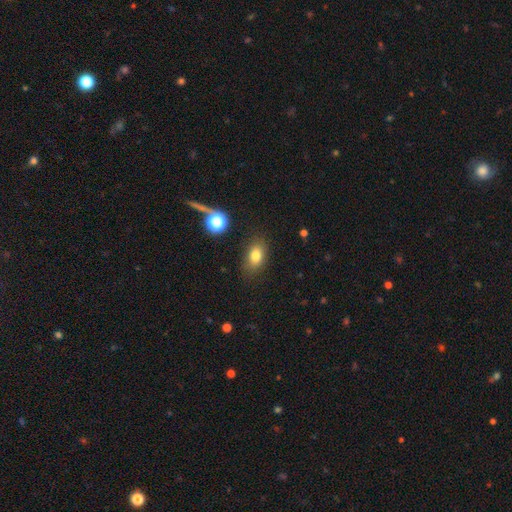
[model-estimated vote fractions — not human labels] Smooth or featured? smooth (78%)
How rounded? in between (80%)
Merging? none (82%)